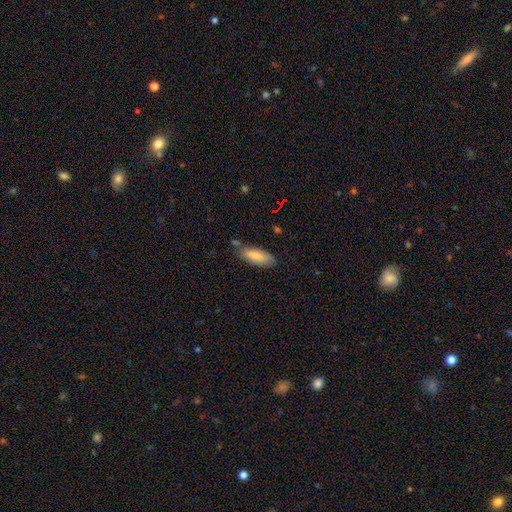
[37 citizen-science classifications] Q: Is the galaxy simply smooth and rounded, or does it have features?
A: smooth — 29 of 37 (78%).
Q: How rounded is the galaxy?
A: in between — 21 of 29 (72%).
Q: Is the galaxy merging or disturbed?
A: none — 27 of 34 (79%).